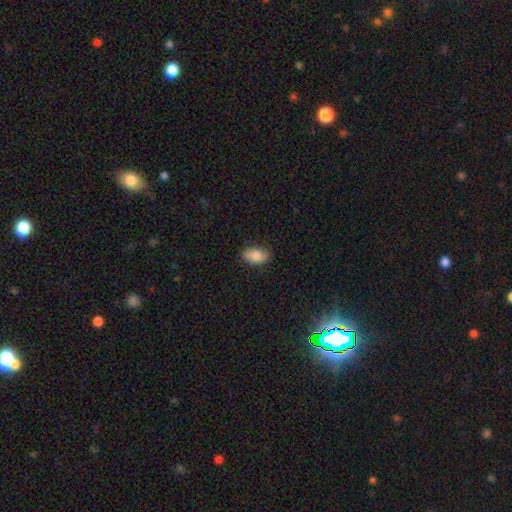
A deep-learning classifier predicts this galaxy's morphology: Smooth or featured: smooth — 83% (featured or disk — 9%)
How rounded: in between — 90% (round — 8%)
Merging: none — 83% (minor disturbance — 14%)